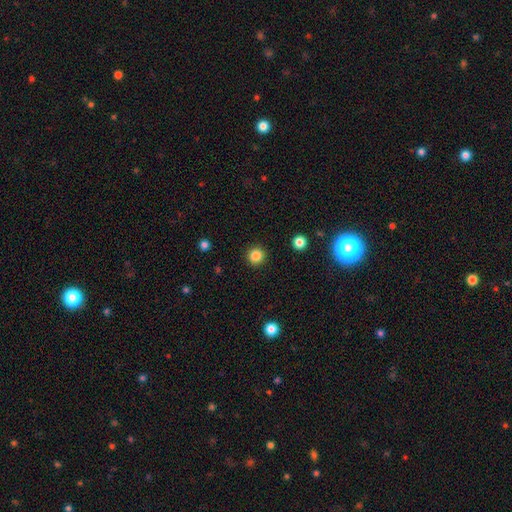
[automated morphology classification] Smooth or featured: smooth — 85% (star or artifact — 11%)
How rounded: round — 94% (in between — 5%)
Merging: none — 92% (minor disturbance — 5%)